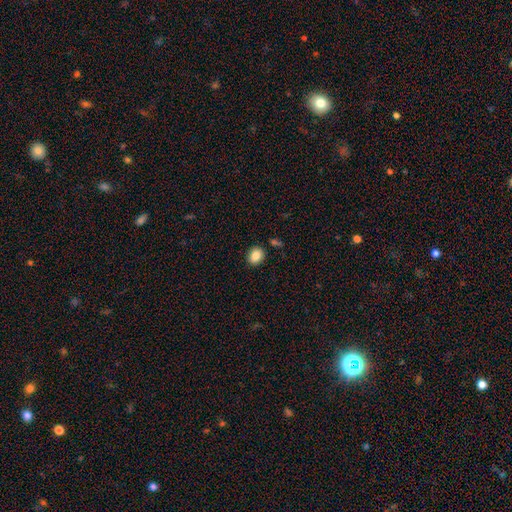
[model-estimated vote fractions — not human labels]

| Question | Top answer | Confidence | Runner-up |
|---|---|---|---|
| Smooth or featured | smooth | 86% | star or artifact (9%) |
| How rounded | in between | 51% | round (48%) |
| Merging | none | 87% | minor disturbance (8%) |